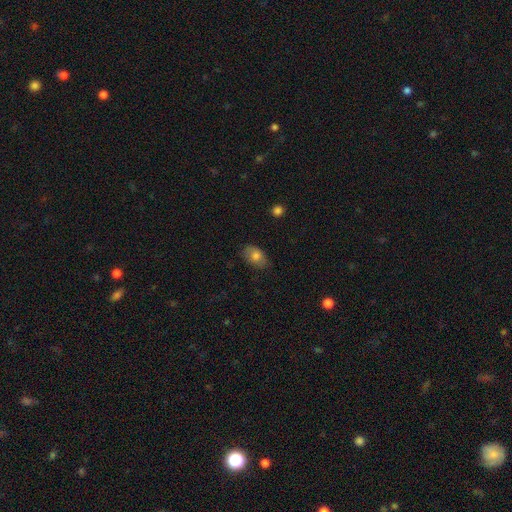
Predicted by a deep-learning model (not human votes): smooth-or-featured: smooth: 76% | featured or disk: 16% | star or artifact: 8%
  how-rounded: in between: 88% | round: 11% | cigar-shaped: 2%
  merging: none: 78% | minor disturbance: 17% | major disturbance: 3% | merger: 1%